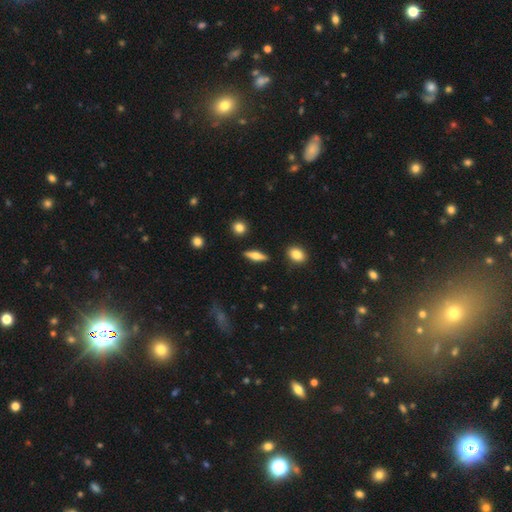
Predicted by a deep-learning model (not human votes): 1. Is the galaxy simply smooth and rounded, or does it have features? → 53% smooth, 40% featured or disk, 7% star or artifact.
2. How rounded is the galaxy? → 55% cigar-shaped, 40% in between, 5% round.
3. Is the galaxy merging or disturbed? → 88% none, 8% minor disturbance, 2% merger, 2% major disturbance.